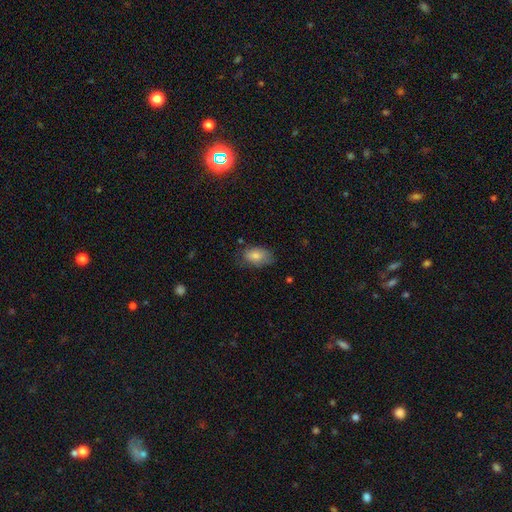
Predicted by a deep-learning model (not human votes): smooth_or_featured: smooth (p=0.81) [alt: featured or disk p=0.12]
how_rounded: in between (p=0.89) [alt: round p=0.09]
merging: none (p=0.64) [alt: minor disturbance p=0.27]